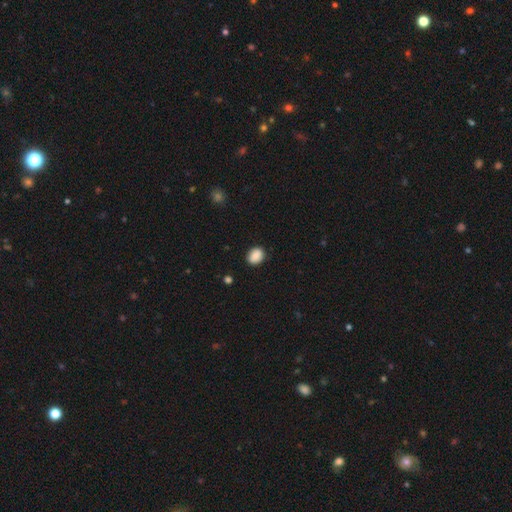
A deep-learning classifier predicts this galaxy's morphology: Q: Smooth or featured?
A: smooth (88%); runner-up: star or artifact (8%)
Q: How rounded?
A: in between (57%); runner-up: round (42%)
Q: Merging?
A: none (86%); runner-up: minor disturbance (10%)